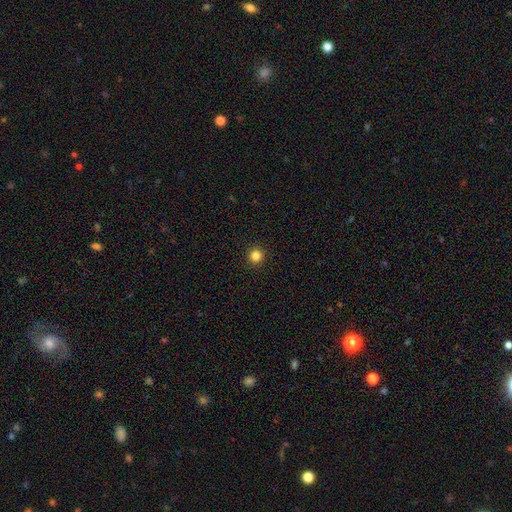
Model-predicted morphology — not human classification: Smooth or featured?
  - smooth: 83% *
  - star or artifact: 13%
  - featured or disk: 4%
How rounded?
  - round: 96% *
  - in between: 3%
  - cigar-shaped: 1%
Merging?
  - none: 94% *
  - minor disturbance: 4%
  - major disturbance: 1%
  - merger: 1%